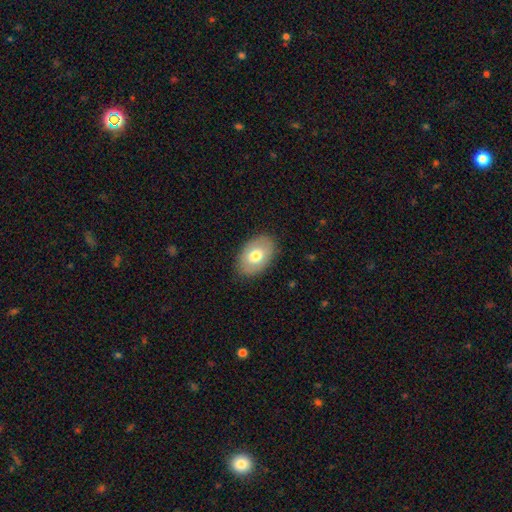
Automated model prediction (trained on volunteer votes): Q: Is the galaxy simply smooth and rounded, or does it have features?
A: smooth — 69%.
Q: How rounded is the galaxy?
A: in between — 87%.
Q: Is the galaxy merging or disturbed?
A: none — 85%.